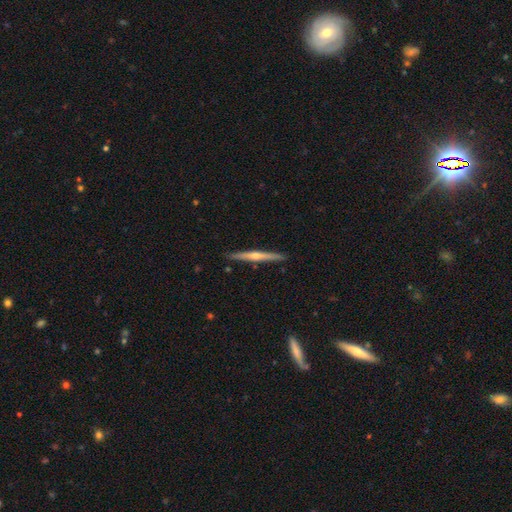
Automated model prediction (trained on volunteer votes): Smooth or featured: featured or disk — 72% (smooth — 22%)
Edge-on disk: yes — 98% (no — 2%)
Edge-on bulge: rounded — 82% (none — 14%)
Merging: none — 91% (minor disturbance — 6%)